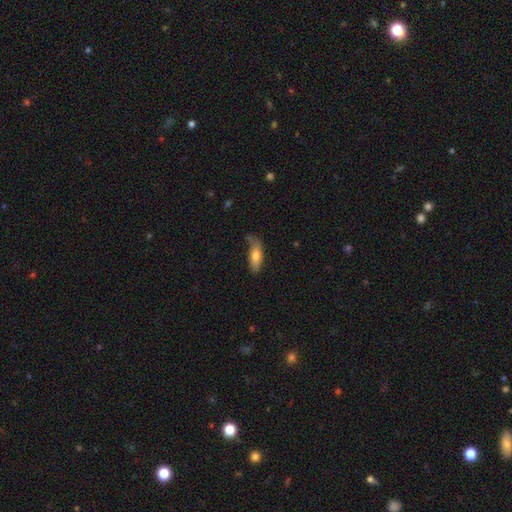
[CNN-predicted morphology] Smooth or featured? smooth (74%)
How rounded? in between (67%)
Merging? none (59%)